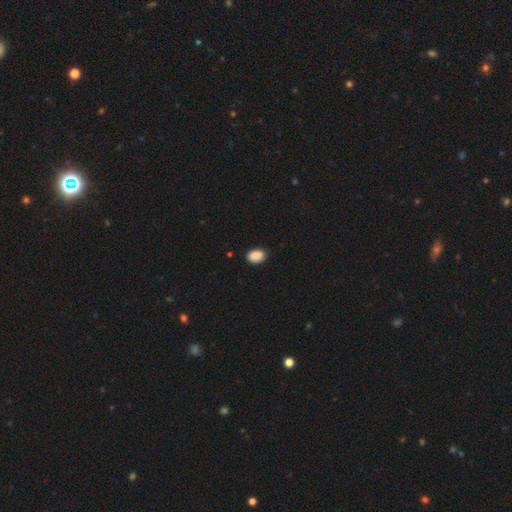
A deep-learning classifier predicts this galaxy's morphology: type=smooth (89%); roundness=in between (80%); merging=none (84%).